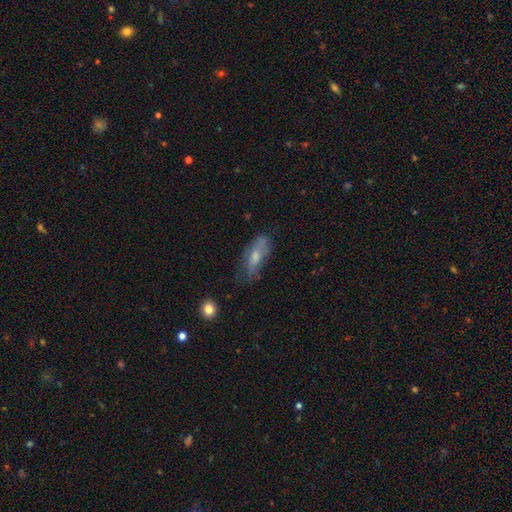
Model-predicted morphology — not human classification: The model was most divided on "merging": none: 52%, minor disturbance: 30%, major disturbance: 15%, merger: 3%. More confident: how rounded — in between (64%); smooth or featured — smooth (59%).